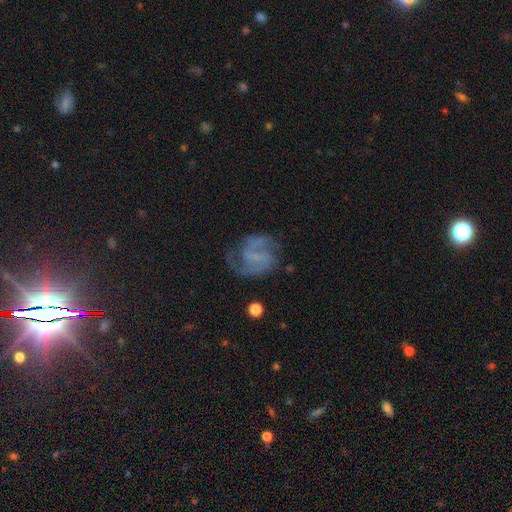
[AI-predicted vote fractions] A featured or disk galaxy (80%) with a weak bar (45%), 2 (79%) medium (52%) spiral arms (93%) and no central bulge (62%).

Vote fractions:
- Smooth or featured? featured or disk: 80% / smooth: 12% / star or artifact: 8%
- Edge-on disk? no: 98% / yes: 2%
- Bar? weak: 45% / no: 31% / strong: 24%
- Spiral arms? yes: 93% / no: 7%
- Spiral winding? medium: 52% / tight: 25% / loose: 23%
- Spiral arm count? 2: 79% / can't tell: 8% / 3: 5% / 1: 3% / 4: 2% / more than 4: 2%
- Bulge size? none: 62% / small: 27% / moderate: 8% / large: 2% / dominant: 1%
- Merging? none: 66% / minor disturbance: 18% / major disturbance: 14% / merger: 2%